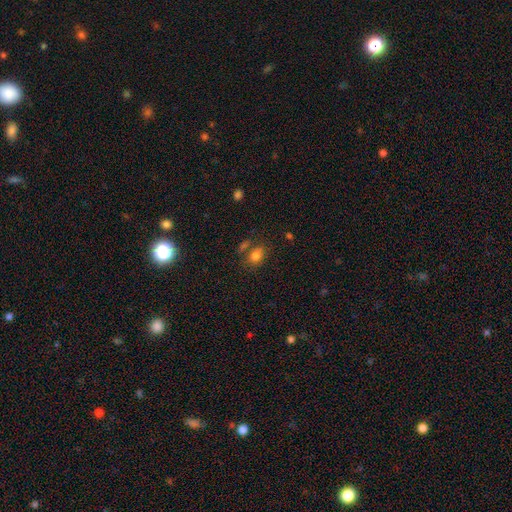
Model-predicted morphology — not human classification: The model was most divided on "how rounded": in between: 68%, round: 30%, cigar-shaped: 2%. More confident: smooth or featured — smooth (80%); merging — none (64%).